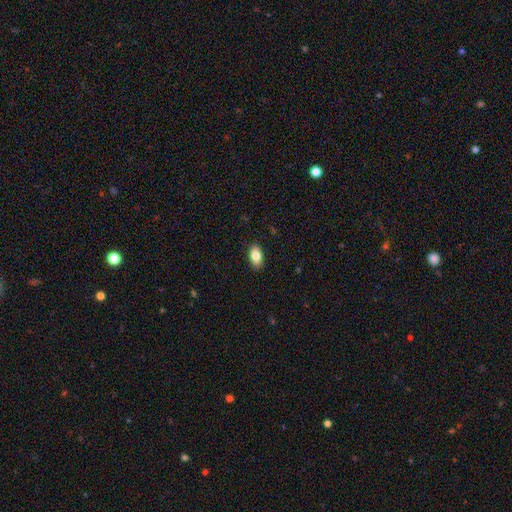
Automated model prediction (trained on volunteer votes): smooth_or_featured: smooth (p=0.84) [alt: featured or disk p=0.09]
how_rounded: in between (p=0.91) [alt: round p=0.05]
merging: none (p=0.89) [alt: minor disturbance p=0.08]